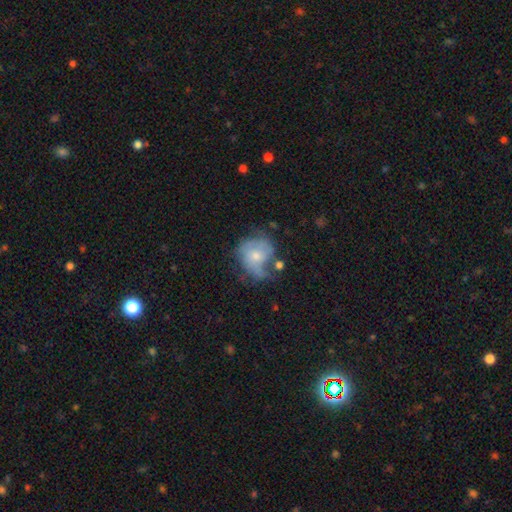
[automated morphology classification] featured or disk 46% (tied), smooth 46% (tied), star or artifact 8%. Down the decision tree: merging — major disturbance (33%).